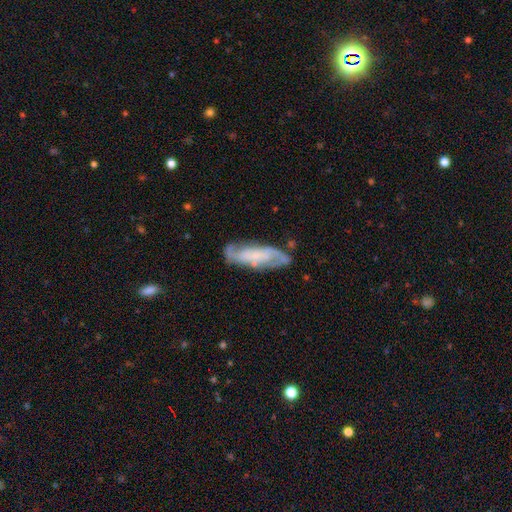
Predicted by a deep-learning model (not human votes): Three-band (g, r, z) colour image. It shows a featured or disk galaxy (71%) with no bar (52%), 2 (70%) medium (44%) spiral arms (89%) and a small central bulge (46%). Merging: none (69%).